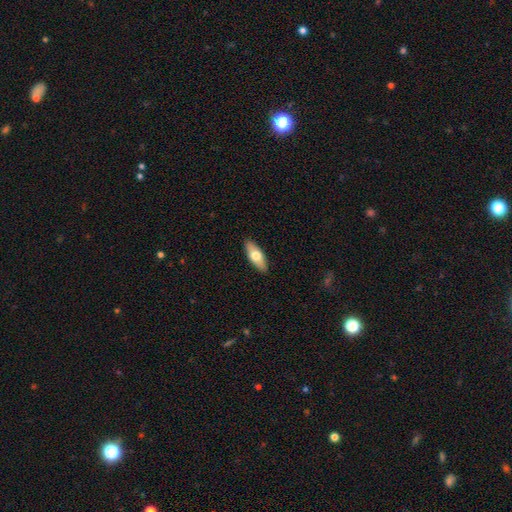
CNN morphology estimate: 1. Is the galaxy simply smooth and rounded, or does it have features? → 65% smooth, 29% featured or disk, 6% star or artifact.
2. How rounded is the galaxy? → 75% in between, 23% cigar-shaped, 3% round.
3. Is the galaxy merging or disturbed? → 89% none, 8% minor disturbance, 2% major disturbance, 1% merger.